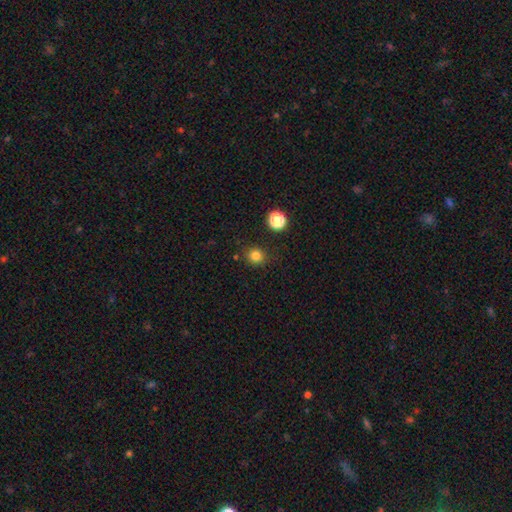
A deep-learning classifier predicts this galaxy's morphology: This is clearly a smooth galaxy (81%). How rounded: clearly round (89%). Merging: clearly none (87%).